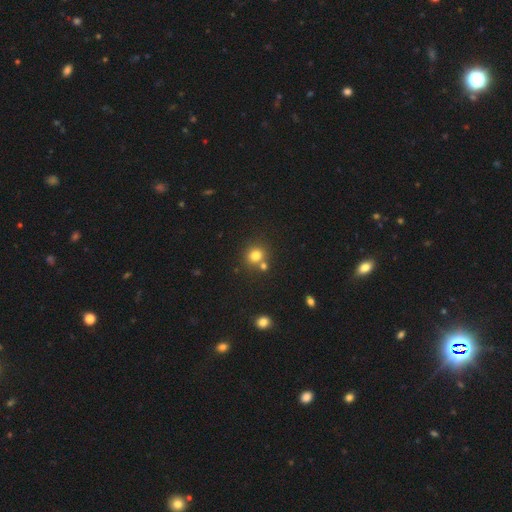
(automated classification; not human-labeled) smooth 78%, star or artifact 14%, featured or disk 7%. Down the decision tree: how rounded — round (83%); merging — none (66%).